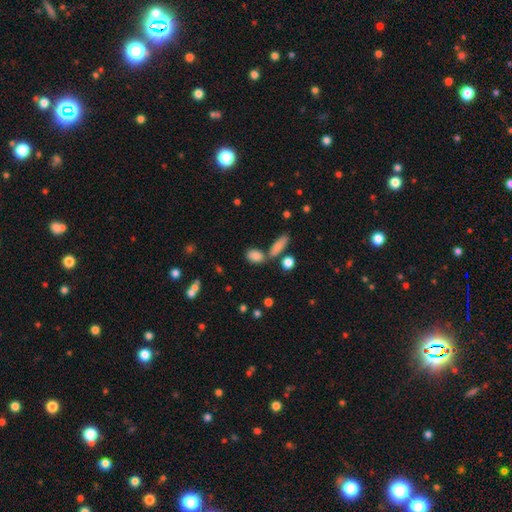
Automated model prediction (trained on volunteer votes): smooth-or-featured: smooth: 83% | star or artifact: 9% | featured or disk: 7%
  how-rounded: in between: 73% | round: 16% | cigar-shaped: 11%
  merging: none: 62% | merger: 20% | minor disturbance: 13% | major disturbance: 5%